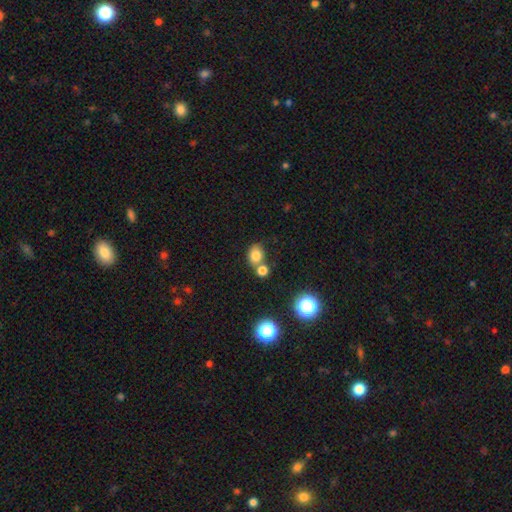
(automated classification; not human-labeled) This appears to be a smooth galaxy with no disk features (78%) that is round (60%). Merging: none (52%).